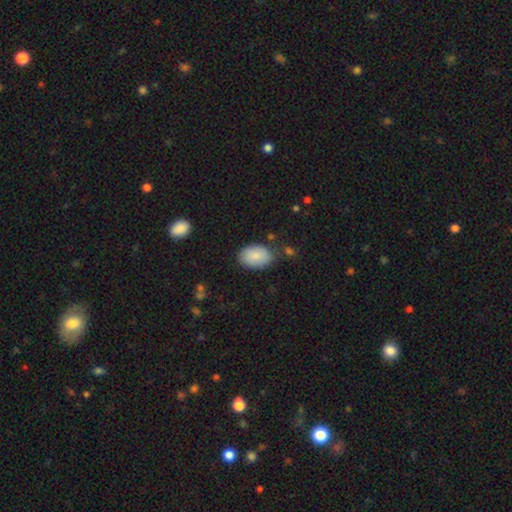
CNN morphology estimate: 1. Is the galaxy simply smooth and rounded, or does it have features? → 85% smooth, 9% featured or disk, 7% star or artifact.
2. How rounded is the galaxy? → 88% in between, 10% round, 1% cigar-shaped.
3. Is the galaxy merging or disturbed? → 76% none, 17% minor disturbance, 4% major disturbance, 3% merger.